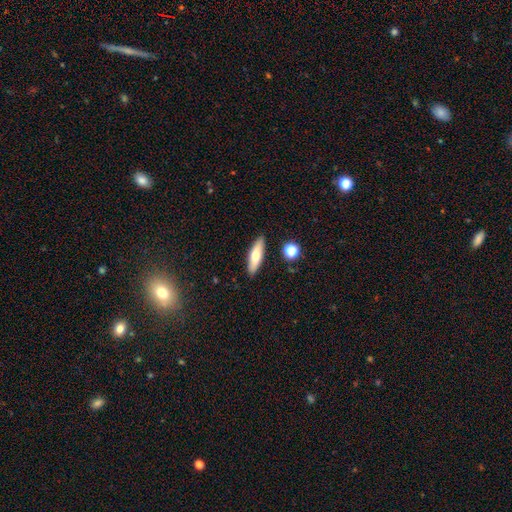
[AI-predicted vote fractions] smooth-or-featured: smooth: 65% | featured or disk: 28% | star or artifact: 7%
  how-rounded: cigar-shaped: 57% | in between: 40% | round: 2%
  merging: none: 87% | minor disturbance: 9% | merger: 2% | major disturbance: 2%